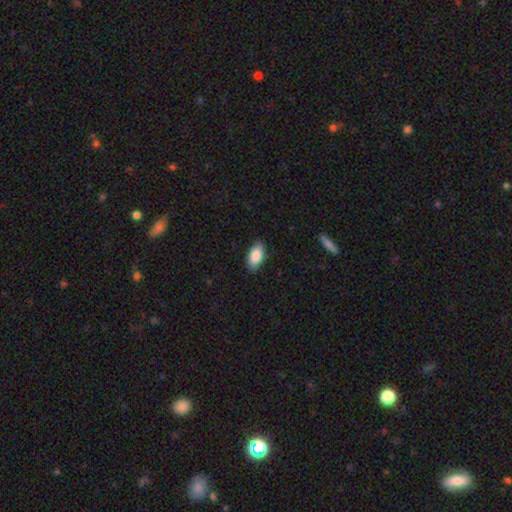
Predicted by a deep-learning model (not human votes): This is clearly a smooth galaxy (86%). How rounded: clearly in between (93%). Merging: clearly none (87%).